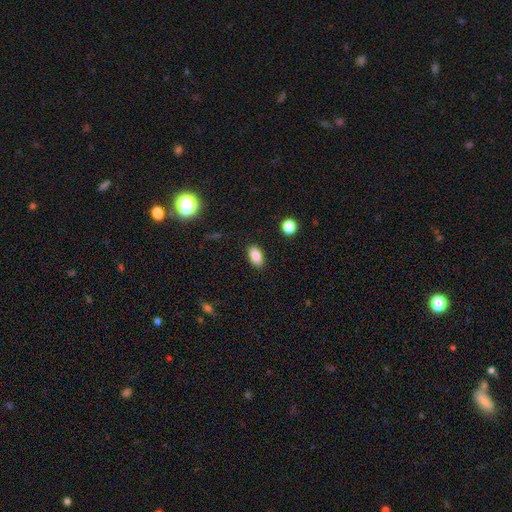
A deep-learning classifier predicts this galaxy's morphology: This appears to be a smooth galaxy with no disk features (86%) that is in between round and cigar-shaped (91%). Merging: none (88%).